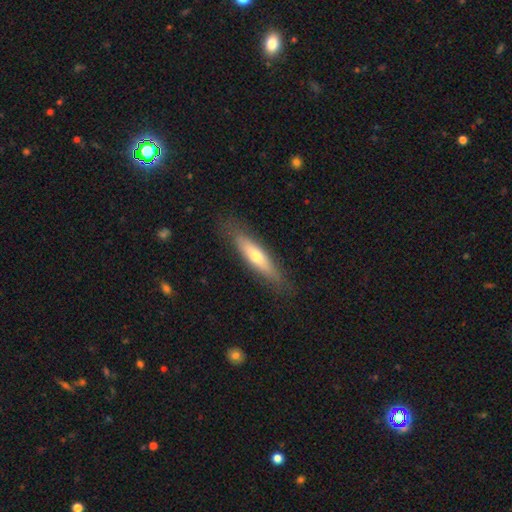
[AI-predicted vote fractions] Overall: smooth (56%; featured or disk 38%). How rounded: cigar-shaped (75%). Merging: none (83%).